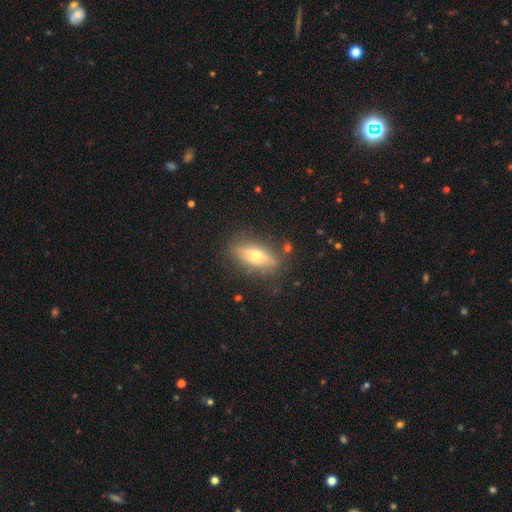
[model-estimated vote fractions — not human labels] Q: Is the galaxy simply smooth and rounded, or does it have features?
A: featured or disk — 49%.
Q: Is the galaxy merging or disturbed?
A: none — 82%.